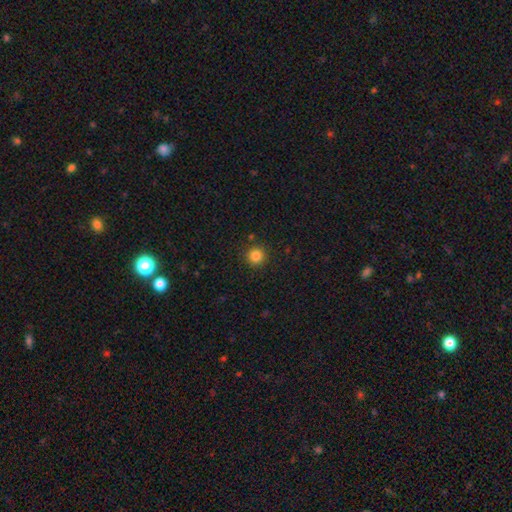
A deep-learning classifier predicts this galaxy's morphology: A smooth galaxy with no disk features (84%) that is round (95%).

Vote fractions:
- Smooth or featured? smooth: 84% / star or artifact: 12% / featured or disk: 4%
- How rounded? round: 95% / in between: 4% / cigar-shaped: 1%
- Merging? none: 91% / minor disturbance: 5% / major disturbance: 2% / merger: 2%